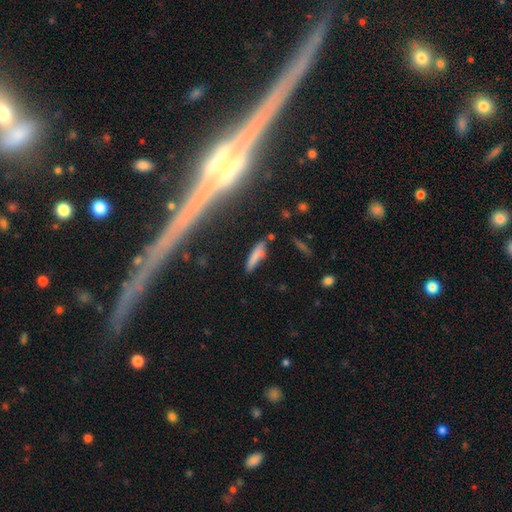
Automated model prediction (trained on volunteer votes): Smooth or featured? smooth (73%)
How rounded? cigar-shaped (75%)
Merging? none (66%)